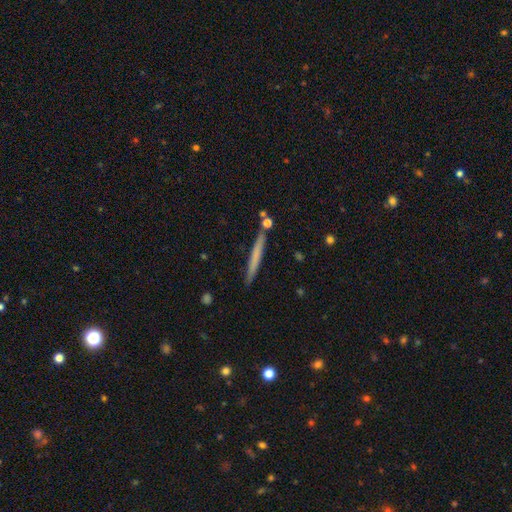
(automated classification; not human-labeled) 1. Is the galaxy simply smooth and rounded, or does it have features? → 60% smooth, 34% featured or disk, 6% star or artifact.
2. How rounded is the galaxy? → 97% cigar-shaped, 2% in between, 1% round.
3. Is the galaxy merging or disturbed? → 87% none, 8% minor disturbance, 3% merger, 2% major disturbance.